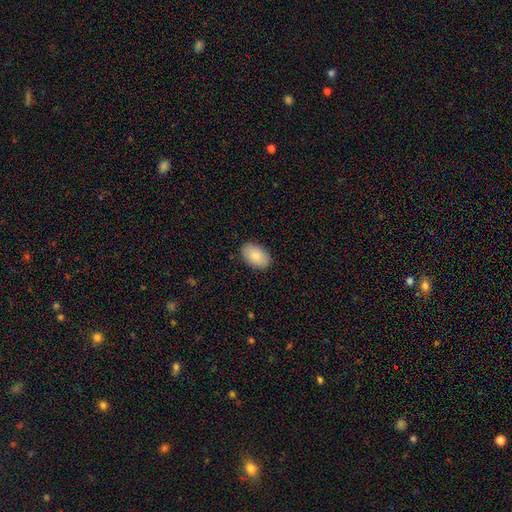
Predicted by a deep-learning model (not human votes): Smooth or featured? Predicted: smooth (p=0.85). How rounded? Predicted: in between (p=0.93). Merging? Predicted: none (p=0.88).